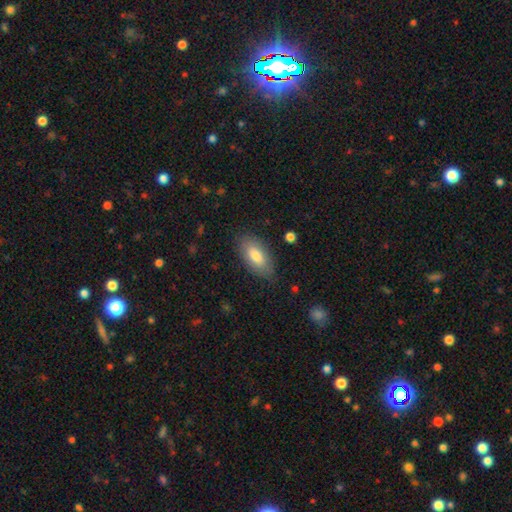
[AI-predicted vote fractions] A smooth galaxy with no disk features (81%) that is in between round and cigar-shaped (90%). Merging: none (83%).